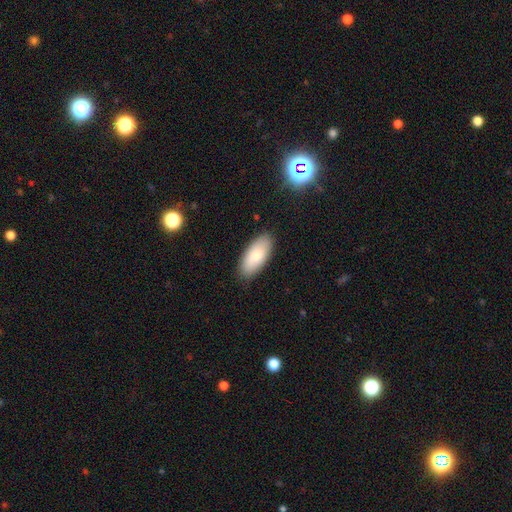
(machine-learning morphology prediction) The model was most divided on "smooth or featured": smooth: 83%, featured or disk: 11%, star or artifact: 6%. More confident: how rounded — in between (88%); merging — none (86%).